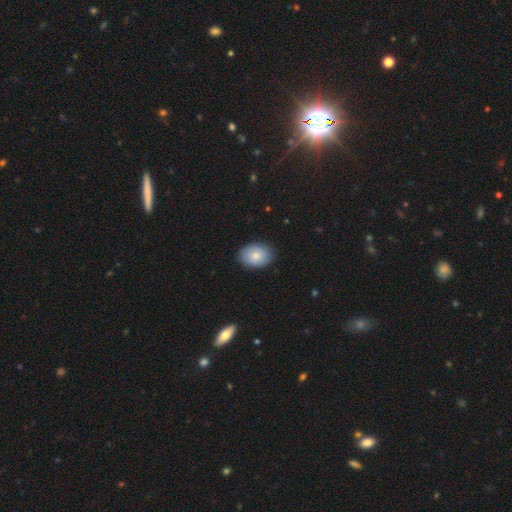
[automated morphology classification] Q: Smooth or featured?
A: smooth (83%); runner-up: featured or disk (10%)
Q: How rounded?
A: in between (66%); runner-up: round (33%)
Q: Merging?
A: none (87%); runner-up: minor disturbance (10%)